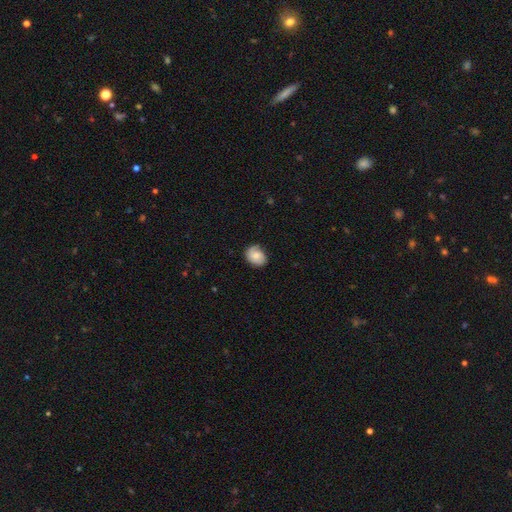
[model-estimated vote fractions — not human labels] Morphology: type=smooth (67%); roundness=in between (57%); merging=none (70%).